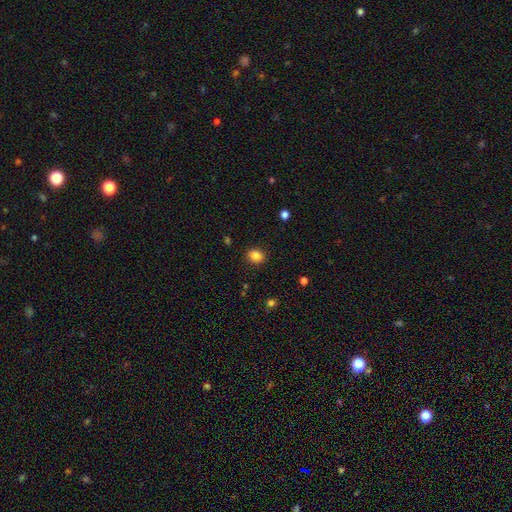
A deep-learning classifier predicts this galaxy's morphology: Q: Smooth or featured?
A: smooth (85%); runner-up: star or artifact (11%)
Q: How rounded?
A: round (57%); runner-up: in between (42%)
Q: Merging?
A: none (89%); runner-up: minor disturbance (8%)